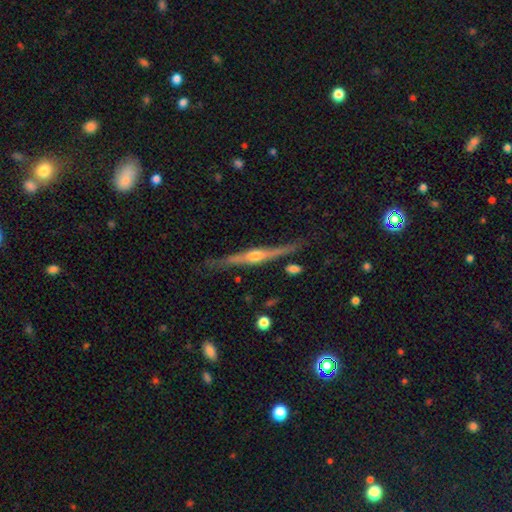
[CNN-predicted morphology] smooth-or-featured: featured or disk: 81% | smooth: 14% | star or artifact: 5%
  disk-edge-on: yes: 97% | no: 3%
    edge-on-bulge: rounded: 90% | boxy: 5% | none: 5%
  merging: none: 81% | minor disturbance: 13% | major disturbance: 3% | merger: 3%